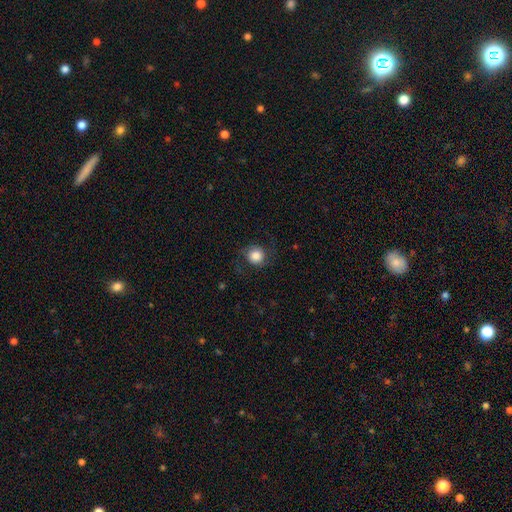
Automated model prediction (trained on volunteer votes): A smooth galaxy with no disk features (68%) that is round (87%). Merging: none (73%).